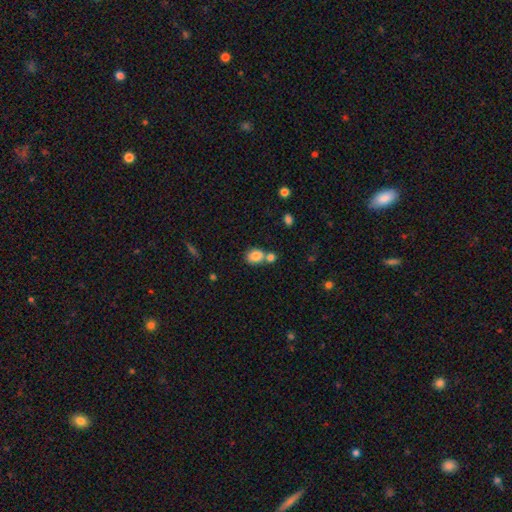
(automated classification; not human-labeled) Overall: smooth (83%). How rounded: in between (68%; round 31%). Merging: none (46%; merger 39%).